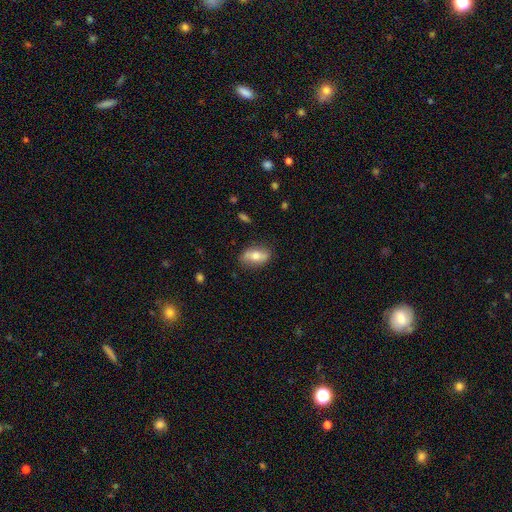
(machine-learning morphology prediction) Smooth or featured?
  - smooth: 59% *
  - featured or disk: 34%
  - star or artifact: 7%
How rounded?
  - in between: 83% *
  - cigar-shaped: 9%
  - round: 7%
Merging?
  - none: 80% *
  - minor disturbance: 15%
  - major disturbance: 4%
  - merger: 2%